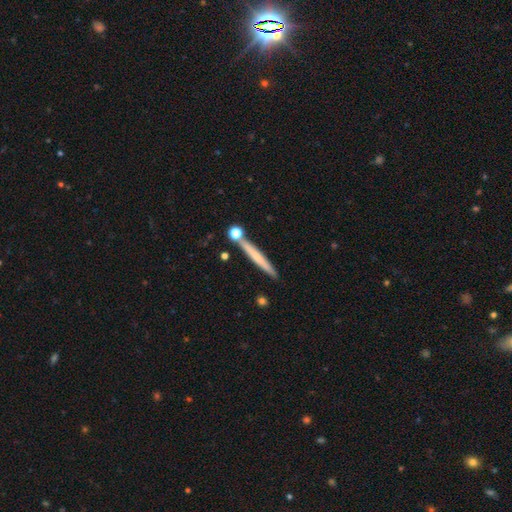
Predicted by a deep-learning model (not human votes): The model was most divided on "smooth or featured": smooth: 56%, featured or disk: 37%, star or artifact: 7%. More confident: how rounded — cigar-shaped (95%); merging — none (80%).